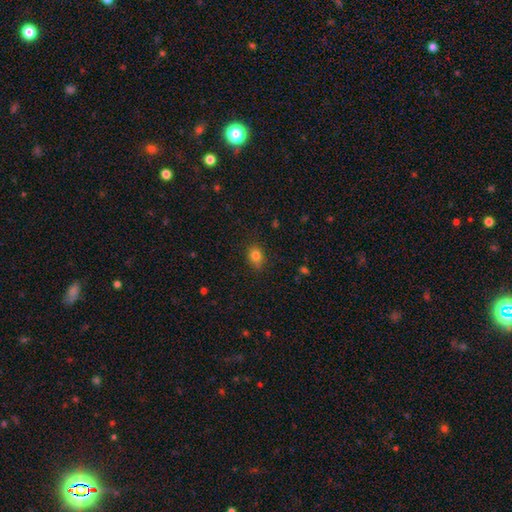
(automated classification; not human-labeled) This appears to be a smooth galaxy with no disk features (81%) that is in between round and cigar-shaped (55%). Merging: none (79%).